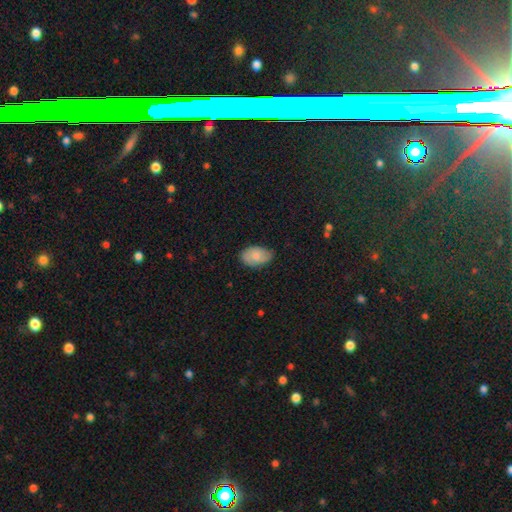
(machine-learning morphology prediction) type=smooth (73%); roundness=in between (91%); merging=none (69%).